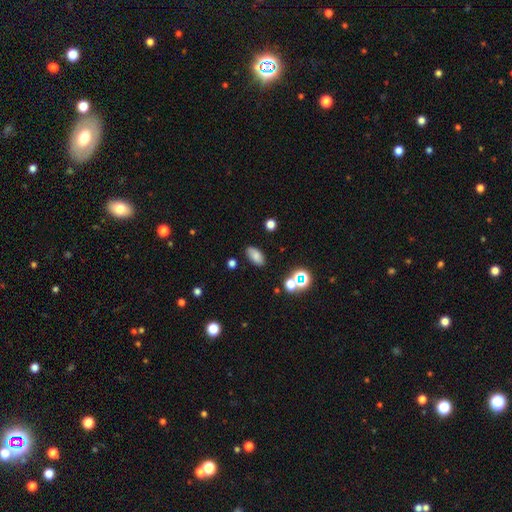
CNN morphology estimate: A smooth galaxy with no disk features (78%) that is in between round and cigar-shaped (92%).

Vote fractions:
- Smooth or featured? smooth: 78% / star or artifact: 13% / featured or disk: 9%
- How rounded? in between: 92% / round: 5% / cigar-shaped: 3%
- Merging? none: 83% / minor disturbance: 11% / major disturbance: 3% / merger: 2%